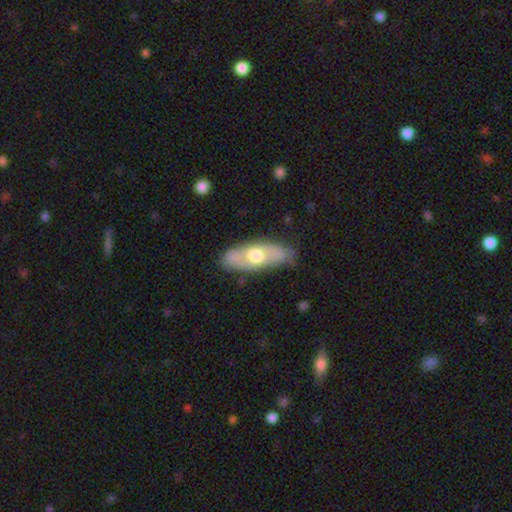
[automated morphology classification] Smooth or featured? Predicted: smooth (p=0.49). Merging? Predicted: none (p=0.76).